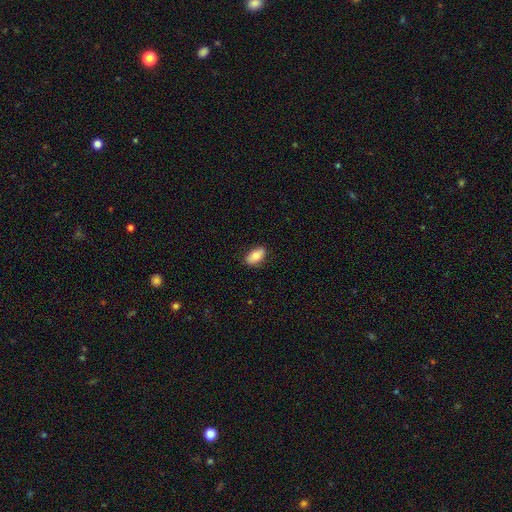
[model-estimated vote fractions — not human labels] This is likely a smooth galaxy (78%). How rounded: clearly in between (90%). Merging: clearly none (85%).